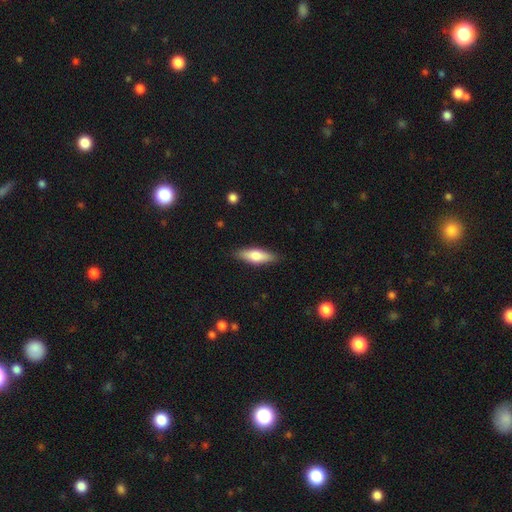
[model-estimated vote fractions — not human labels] Morphology: type=smooth (65%); roundness=in between (51%); merging=none (87%).